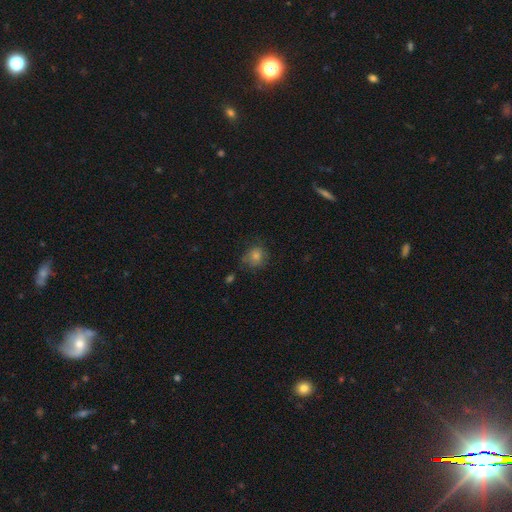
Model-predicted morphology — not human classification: smooth_or_featured: smooth (p=0.68) [alt: star or artifact p=0.19]
how_rounded: round (p=0.80) [alt: in between p=0.19]
merging: none (p=0.70) [alt: minor disturbance p=0.20]